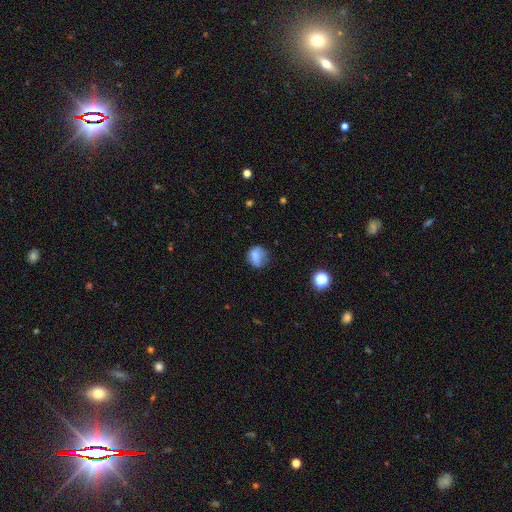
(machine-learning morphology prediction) Overall: smooth (76%). How rounded: round (63%; in between 36%). Merging: none (56%; minor disturbance 30%).